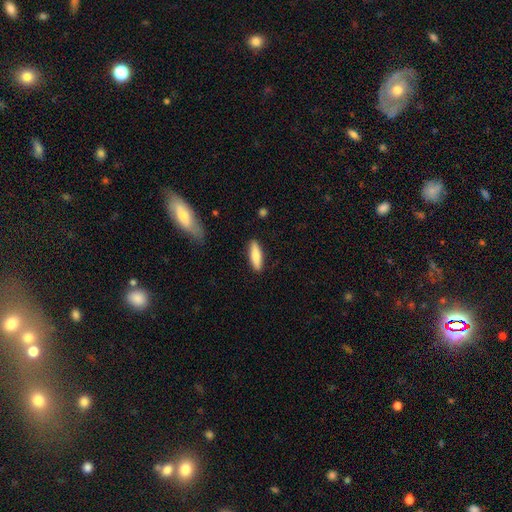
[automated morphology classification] The model was most divided on "how rounded": cigar-shaped: 61%, in between: 37%, round: 2%. More confident: merging — none (88%); smooth or featured — smooth (79%).